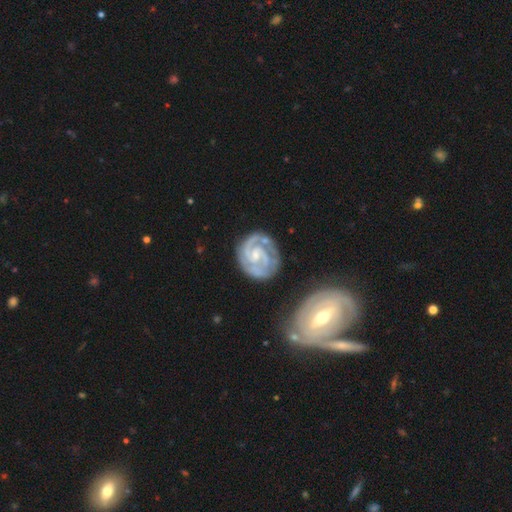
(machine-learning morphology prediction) featured or disk 91%, smooth 5%, star or artifact 4%. Down the decision tree: edge-on disk — no (98%); bar — weak (45%); spiral arms — yes (98%); spiral arm count — 2 (76%); spiral winding — tight (64%); bulge size — small (66%); merging — none (68%).